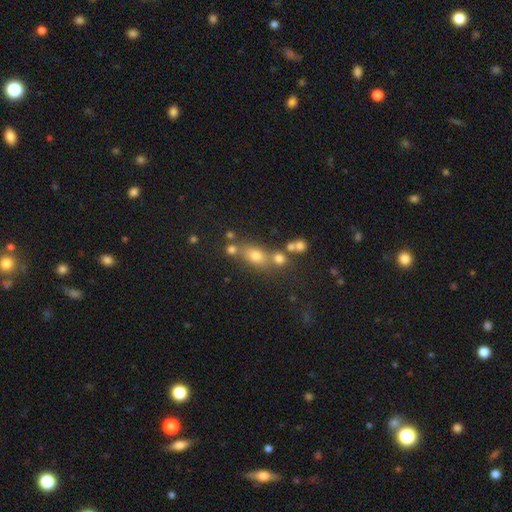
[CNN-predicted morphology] Smooth or featured? Predicted: smooth (p=0.66). How rounded? Predicted: in between (p=0.58). Merging? Predicted: none (p=0.55).